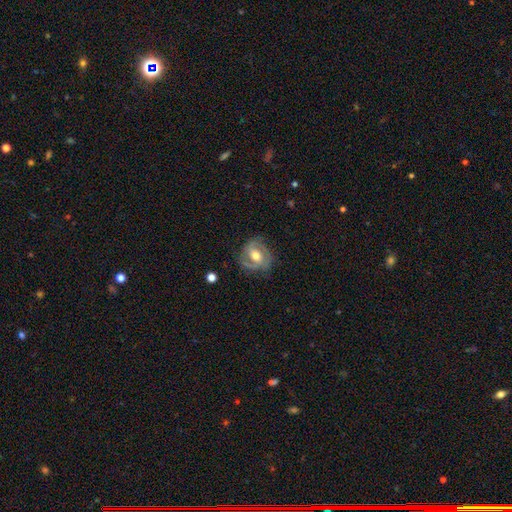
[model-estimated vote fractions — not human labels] Q: Smooth or featured?
A: featured or disk (72%); runner-up: smooth (22%)
Q: Edge-on disk?
A: no (97%); runner-up: yes (3%)
Q: Bar?
A: no (41%); runner-up: weak (40%)
Q: Spiral arms?
A: yes (85%); runner-up: no (15%)
Q: Spiral winding?
A: medium (45%); runner-up: tight (38%)
Q: Spiral arm count?
A: 2 (76%); runner-up: can't tell (11%)
Q: Bulge size?
A: moderate (73%); runner-up: small (13%)
Q: Merging?
A: none (69%); runner-up: minor disturbance (20%)